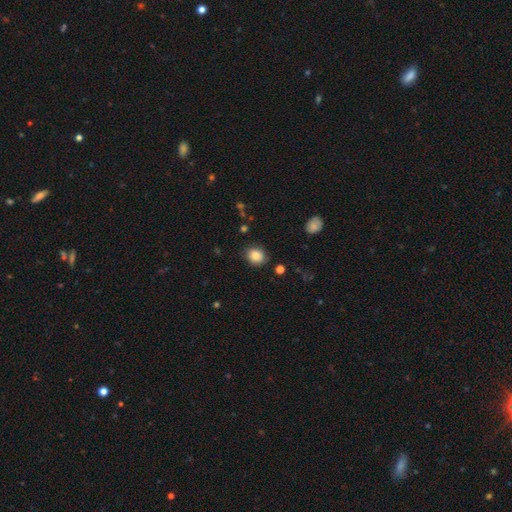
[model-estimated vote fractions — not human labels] A smooth galaxy with no disk features (84%) that is round (74%).

Vote fractions:
- Smooth or featured? smooth: 84% / star or artifact: 10% / featured or disk: 6%
- How rounded? round: 74% / in between: 26% / cigar-shaped: 1%
- Merging? none: 80% / minor disturbance: 14% / major disturbance: 3% / merger: 2%